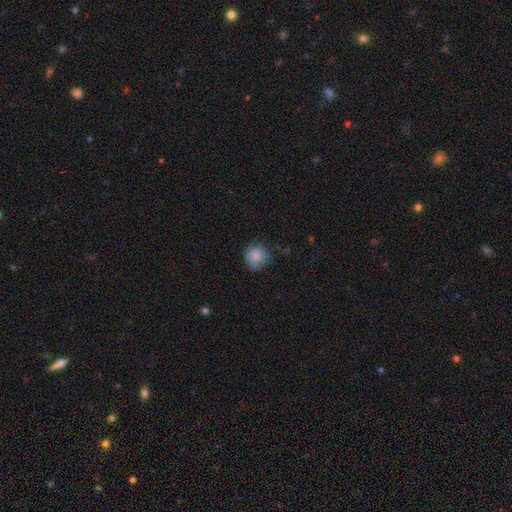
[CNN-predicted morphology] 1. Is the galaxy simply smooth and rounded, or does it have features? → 85% smooth, 9% star or artifact, 7% featured or disk.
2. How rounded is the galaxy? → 87% round, 12% in between, 1% cigar-shaped.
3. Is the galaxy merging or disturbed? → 69% none, 24% minor disturbance, 6% major disturbance, 1% merger.